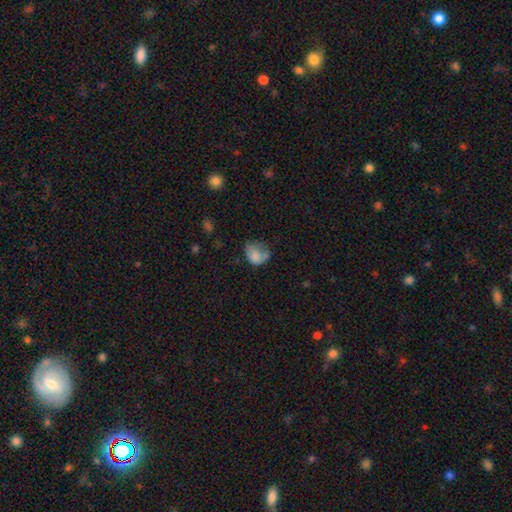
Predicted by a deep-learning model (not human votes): Smooth or featured? Predicted: smooth (p=0.73). How rounded? Predicted: in between (p=0.56). Merging? Predicted: minor disturbance (p=0.33).